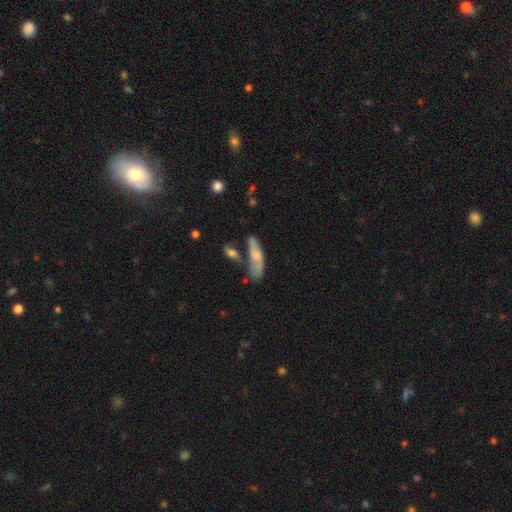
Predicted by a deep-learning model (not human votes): Smooth or featured?
  - smooth: 60% *
  - featured or disk: 32%
  - star or artifact: 8%
How rounded?
  - cigar-shaped: 50% *
  - in between: 47%
  - round: 3%
Merging?
  - none: 40% *
  - minor disturbance: 24%
  - merger: 22%
  - major disturbance: 14%